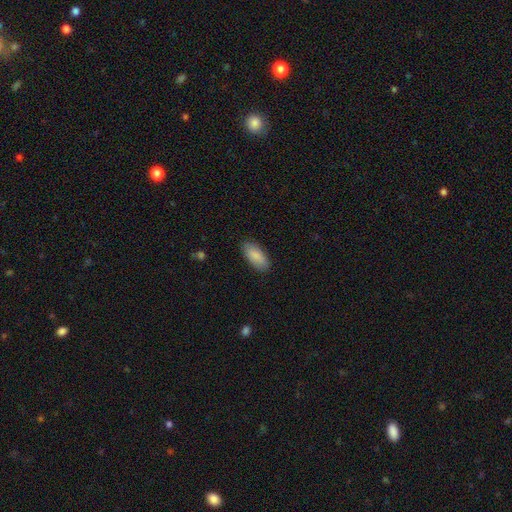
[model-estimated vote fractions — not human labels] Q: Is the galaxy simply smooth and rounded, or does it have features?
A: smooth — 87%.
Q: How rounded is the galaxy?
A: in between — 88%.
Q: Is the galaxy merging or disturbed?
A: none — 86%.